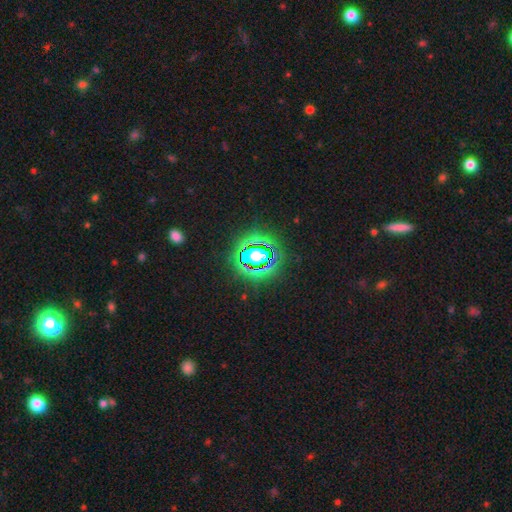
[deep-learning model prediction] Overall: star or artifact (79%).